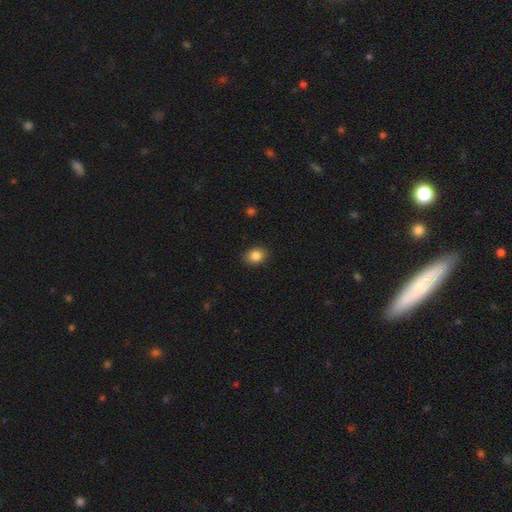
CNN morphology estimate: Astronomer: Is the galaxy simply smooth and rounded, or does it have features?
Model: smooth — 85%.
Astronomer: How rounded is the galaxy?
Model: in between — 55% (runner-up: round, 44%).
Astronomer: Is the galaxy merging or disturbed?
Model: none — 89%.